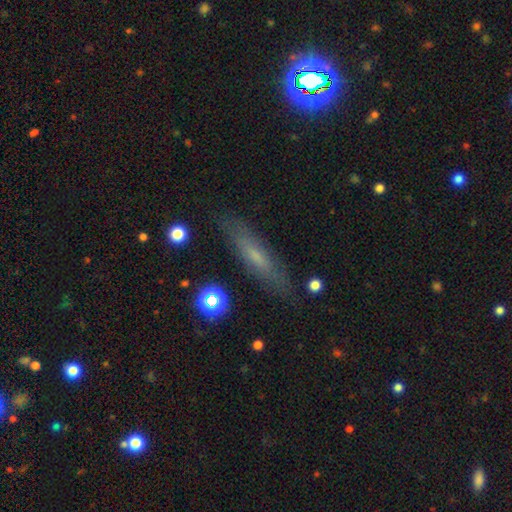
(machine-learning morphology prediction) Smooth or featured? Predicted: smooth (p=0.51). How rounded? Predicted: cigar-shaped (p=0.79). Merging? Predicted: none (p=0.84).